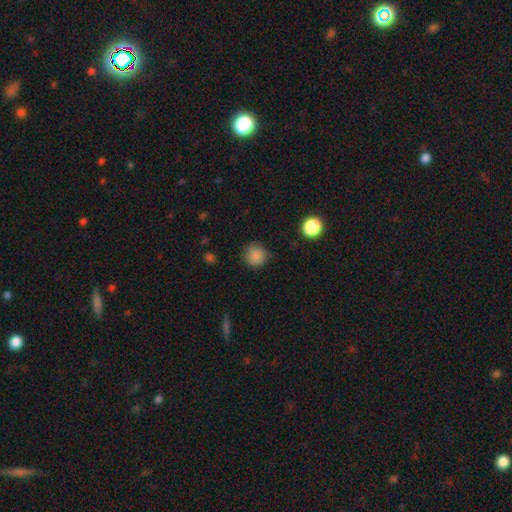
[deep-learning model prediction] Q: Smooth or featured?
A: smooth (85%); runner-up: star or artifact (10%)
Q: How rounded?
A: round (92%); runner-up: in between (7%)
Q: Merging?
A: none (81%); runner-up: minor disturbance (14%)